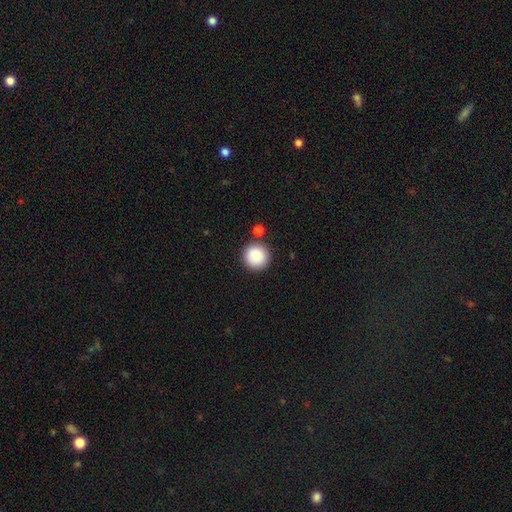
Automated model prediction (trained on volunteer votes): smooth-or-featured: smooth: 88% | star or artifact: 8% | featured or disk: 3%
  how-rounded: round: 95% | in between: 4% | cigar-shaped: 1%
  merging: none: 86% | minor disturbance: 7% | merger: 5% | major disturbance: 3%